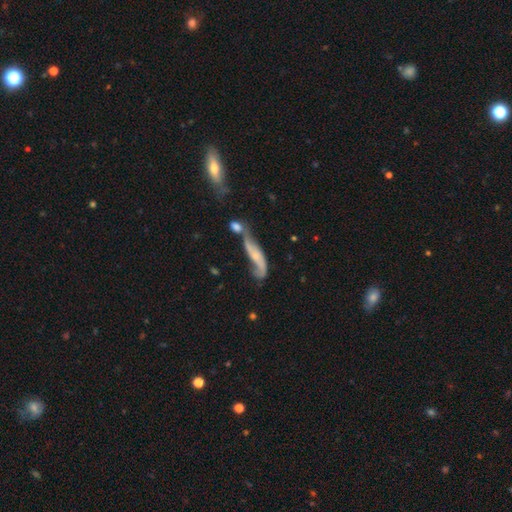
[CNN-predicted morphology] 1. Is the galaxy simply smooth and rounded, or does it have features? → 59% featured or disk, 33% smooth, 8% star or artifact.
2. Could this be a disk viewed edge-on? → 74% no, 26% yes.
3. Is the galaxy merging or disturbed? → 39% merger, 25% none, 18% major disturbance, 18% minor disturbance.